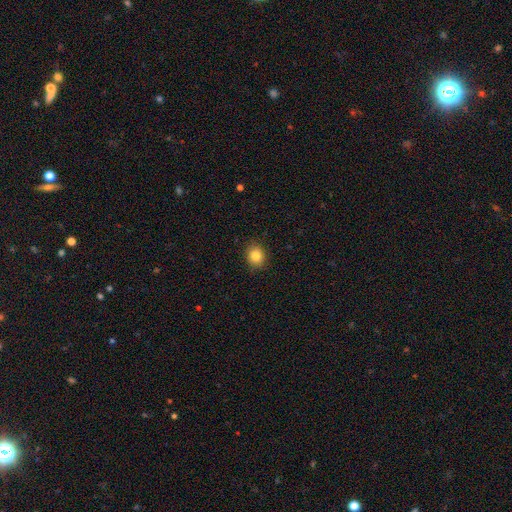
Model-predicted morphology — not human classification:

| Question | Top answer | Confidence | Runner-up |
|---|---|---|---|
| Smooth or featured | smooth | 84% | star or artifact (10%) |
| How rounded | round | 58% | in between (41%) |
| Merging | none | 87% | minor disturbance (10%) |